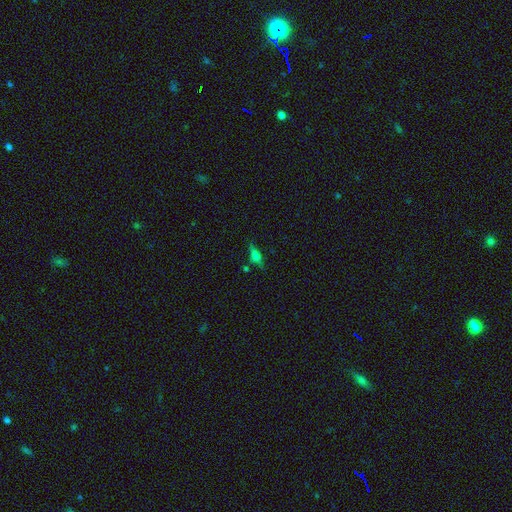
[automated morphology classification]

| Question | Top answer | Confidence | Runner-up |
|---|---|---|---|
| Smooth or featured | featured or disk | 46% | smooth (40%) |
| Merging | none | 74% | minor disturbance (16%) |